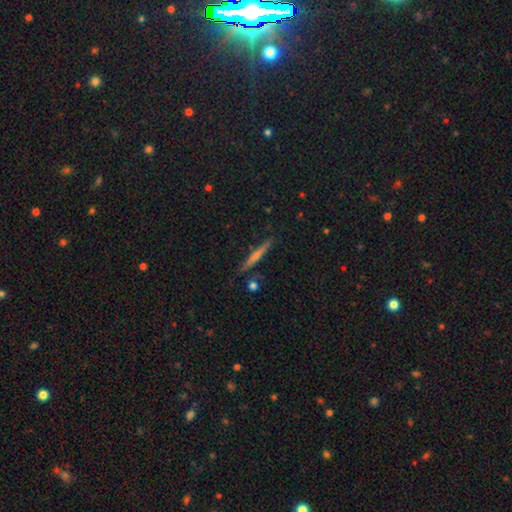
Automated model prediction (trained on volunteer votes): This is likely a featured or disk galaxy (60%). It is clearly viewed edge-on (97%). Edge-on bulge: possibly rounded (56%). Merging: clearly none (88%).